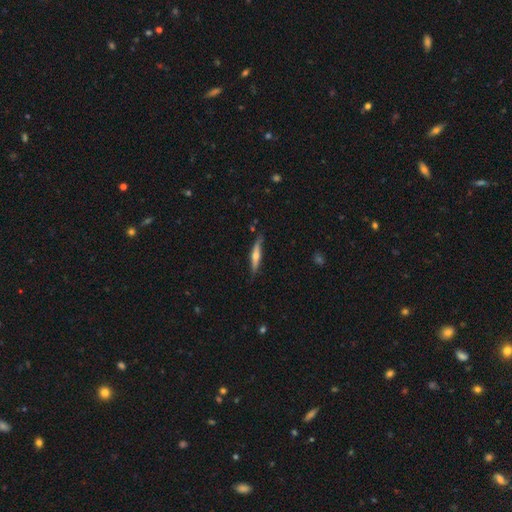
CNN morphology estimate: Q: Smooth or featured?
A: featured or disk (60%); runner-up: smooth (35%)
Q: Edge-on disk?
A: yes (95%); runner-up: no (5%)
Q: Edge-on bulge?
A: rounded (89%); runner-up: none (7%)
Q: Merging?
A: none (80%); runner-up: minor disturbance (16%)